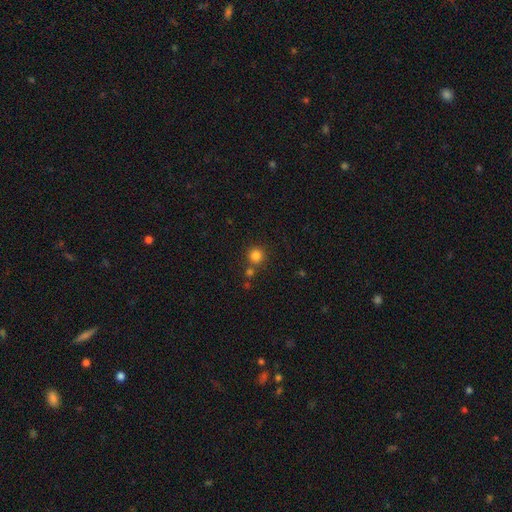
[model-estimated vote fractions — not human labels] Smooth or featured? smooth (82%)
How rounded? round (94%)
Merging? none (75%)